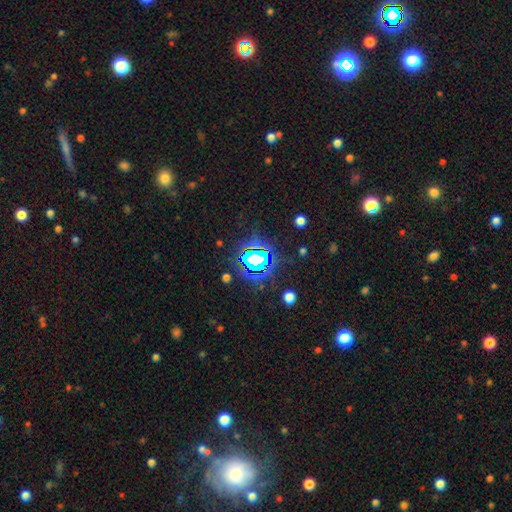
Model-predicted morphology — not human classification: Overall: star or artifact (77%).